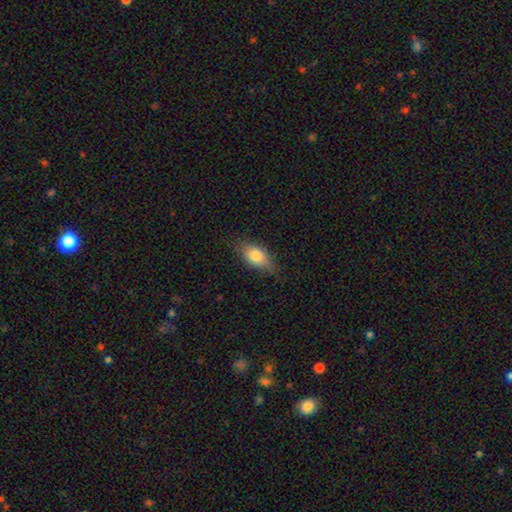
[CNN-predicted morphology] Smooth or featured? Predicted: smooth (p=0.78). How rounded? Predicted: in between (p=0.85). Merging? Predicted: none (p=0.74).